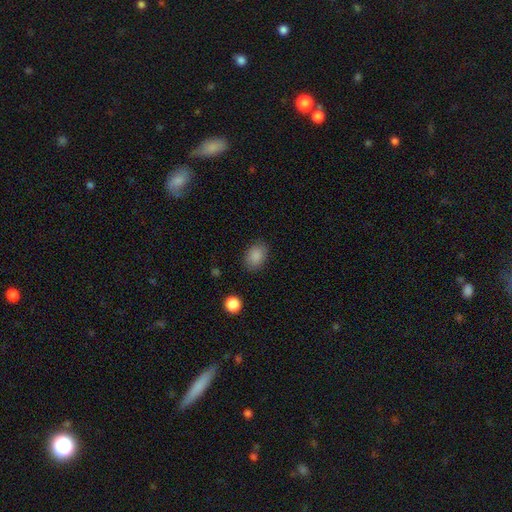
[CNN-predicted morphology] A smooth galaxy with no disk features (87%) that is in between round and cigar-shaped (72%).

Vote fractions:
- Smooth or featured? smooth: 87% / star or artifact: 9% / featured or disk: 4%
- How rounded? in between: 72% / round: 27% / cigar-shaped: 1%
- Merging? none: 85% / minor disturbance: 11% / major disturbance: 3% / merger: 1%